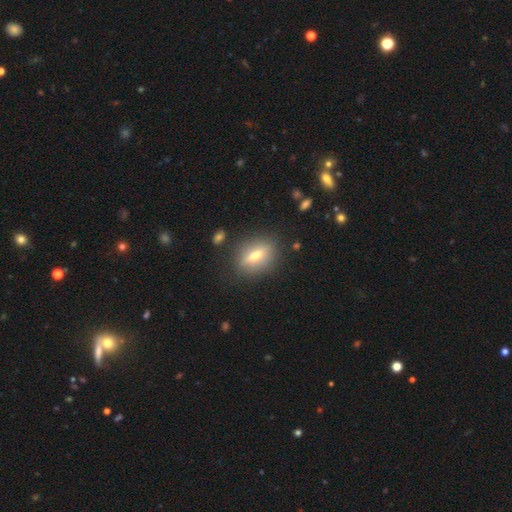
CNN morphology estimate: A featured or disk galaxy (48%).

Vote fractions:
- Smooth or featured? featured or disk: 48% / smooth: 42% / star or artifact: 10%
- Merging? none: 84% / minor disturbance: 10% / major disturbance: 4% / merger: 2%